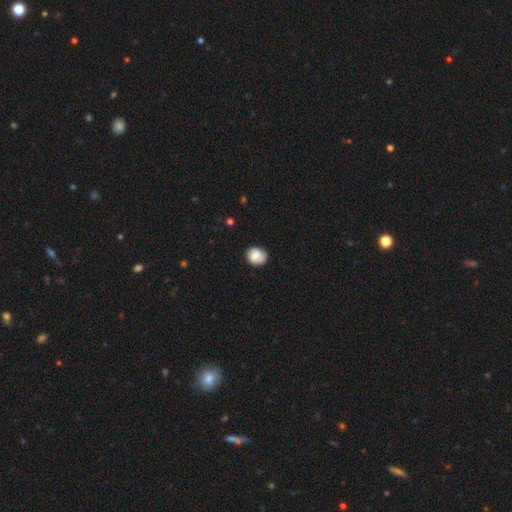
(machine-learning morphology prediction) Smooth or featured? Predicted: smooth (p=0.75). How rounded? Predicted: round (p=0.70). Merging? Predicted: none (p=0.74).